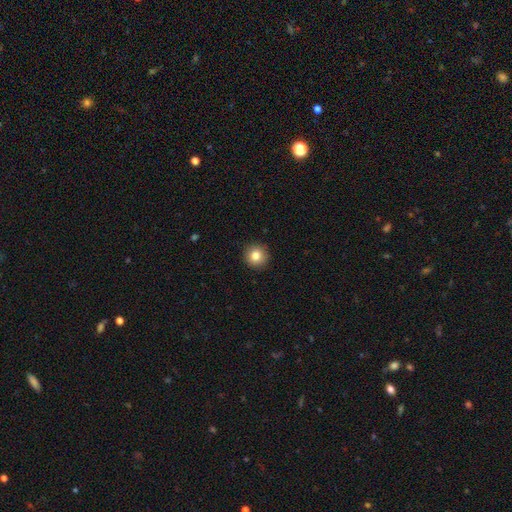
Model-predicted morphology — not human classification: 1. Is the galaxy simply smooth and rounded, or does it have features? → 83% smooth, 10% star or artifact, 7% featured or disk.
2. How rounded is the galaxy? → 95% round, 4% in between, 1% cigar-shaped.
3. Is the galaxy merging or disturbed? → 93% none, 5% minor disturbance, 2% major disturbance, 1% merger.